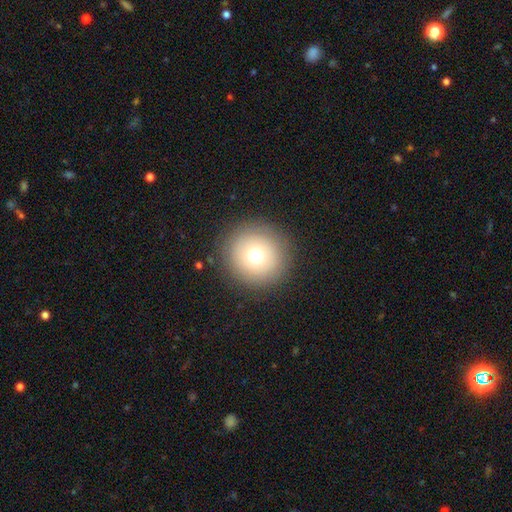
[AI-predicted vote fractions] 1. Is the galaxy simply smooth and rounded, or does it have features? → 73% smooth, 14% featured or disk, 13% star or artifact.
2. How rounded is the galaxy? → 95% round, 4% in between, 1% cigar-shaped.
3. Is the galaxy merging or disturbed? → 89% none, 7% minor disturbance, 3% major disturbance, 1% merger.